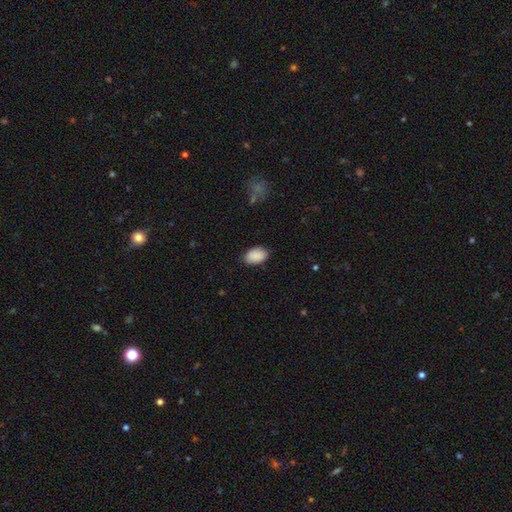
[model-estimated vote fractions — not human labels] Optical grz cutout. It shows a smooth galaxy with no disk features (90%) that is in between round and cigar-shaped (91%). Merging: none (83%).